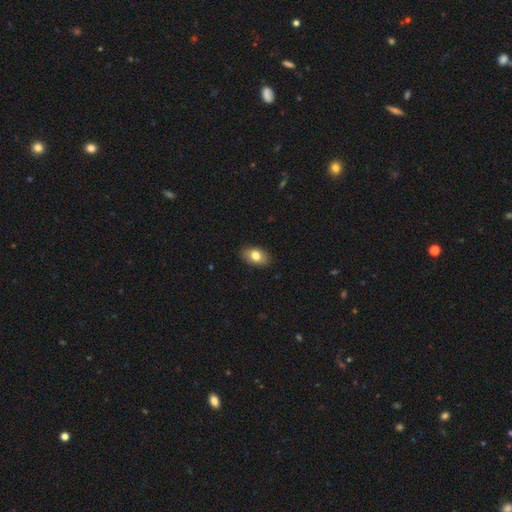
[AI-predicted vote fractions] smooth_or_featured: smooth (p=0.80) [alt: featured or disk p=0.12]
how_rounded: in between (p=0.86) [alt: round p=0.12]
merging: none (p=0.87) [alt: minor disturbance p=0.10]